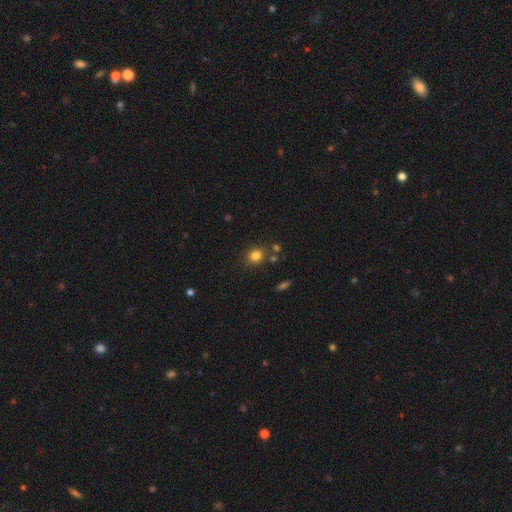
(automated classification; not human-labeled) A smooth galaxy with no disk features (81%) that is round (76%). Merging: none (79%).